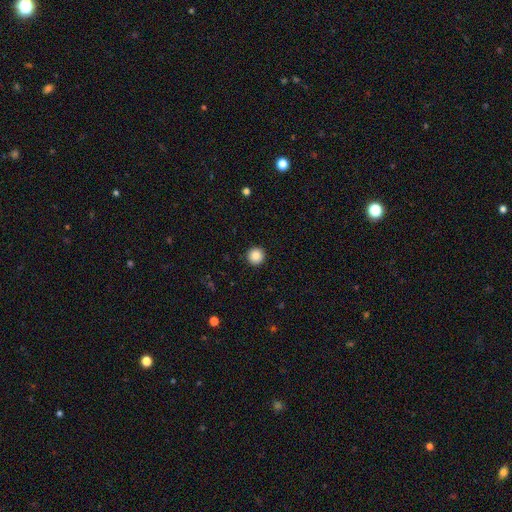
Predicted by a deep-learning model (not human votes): Smooth or featured?
  - smooth: 88% *
  - star or artifact: 9%
  - featured or disk: 3%
How rounded?
  - round: 96% *
  - in between: 3%
  - cigar-shaped: 1%
Merging?
  - none: 93% *
  - minor disturbance: 4%
  - major disturbance: 2%
  - merger: 1%